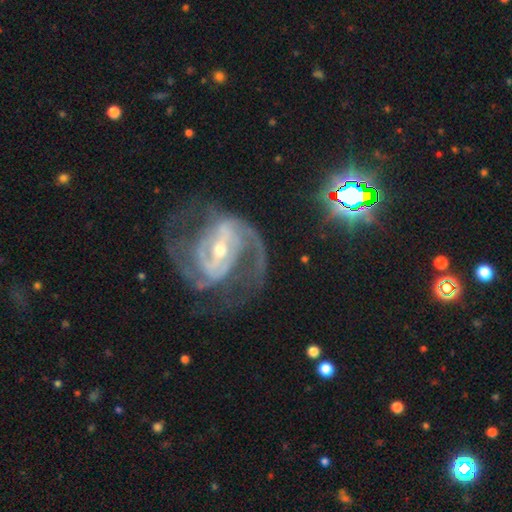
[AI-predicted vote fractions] This is clearly a featured or disk galaxy (89%). It is clearly not viewed edge-on (97%). Bar: possibly strong (58%). Spiral arm pattern: clearly yes (97%). Spiral arm count: likely 2 (76%). Spiral winding: possibly medium (53%). Central bulge: possibly small (57%). Merging: likely none (66%).